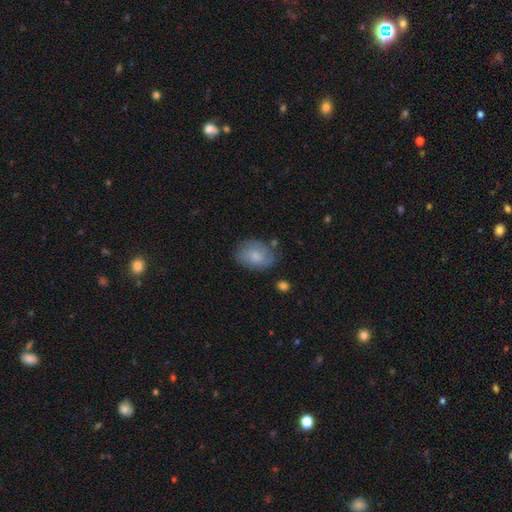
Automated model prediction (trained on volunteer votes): Overall: smooth (74%). How rounded: in between (75%). Merging: none (71%).